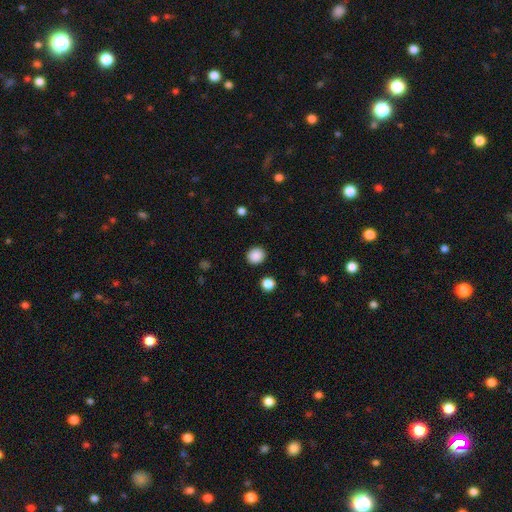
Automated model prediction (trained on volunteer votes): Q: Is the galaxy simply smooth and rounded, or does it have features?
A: smooth — 88%.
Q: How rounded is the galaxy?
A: round — 84%.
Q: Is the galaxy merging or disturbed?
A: none — 90%.